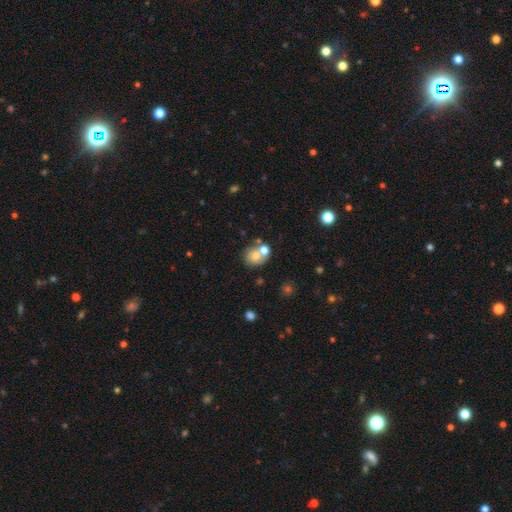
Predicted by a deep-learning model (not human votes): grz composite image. It shows a smooth galaxy with no disk features (69%) that is round (70%). Merging: none (45%).